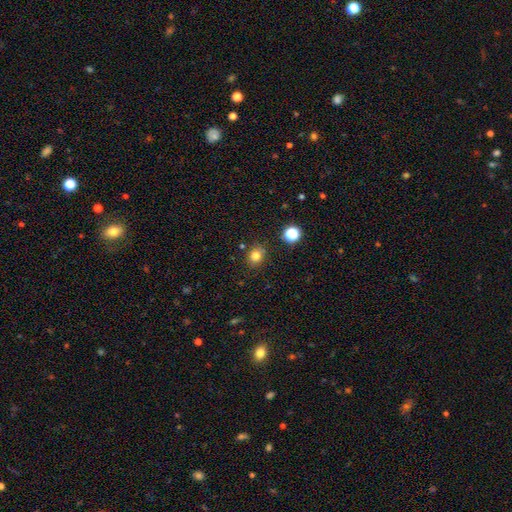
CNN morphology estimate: This appears to be a smooth galaxy with no disk features (80%) that is round (69%). Merging: none (82%).